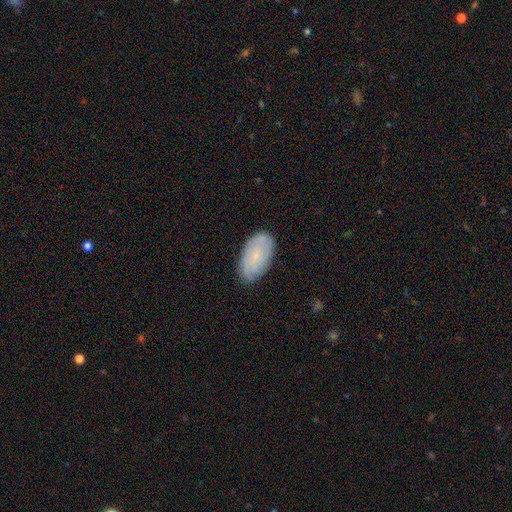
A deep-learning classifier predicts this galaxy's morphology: smooth-or-featured: smooth: 51% | featured or disk: 42% | star or artifact: 7%
  how-rounded: in between: 94% | round: 4% | cigar-shaped: 3%
  merging: none: 80% | minor disturbance: 16% | major disturbance: 3% | merger: 1%